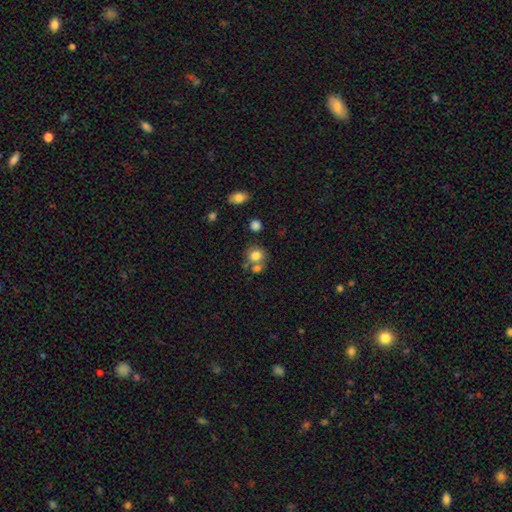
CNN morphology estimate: This is clearly a smooth galaxy (80%). How rounded: likely round (74%). Merging: possibly none (56%).